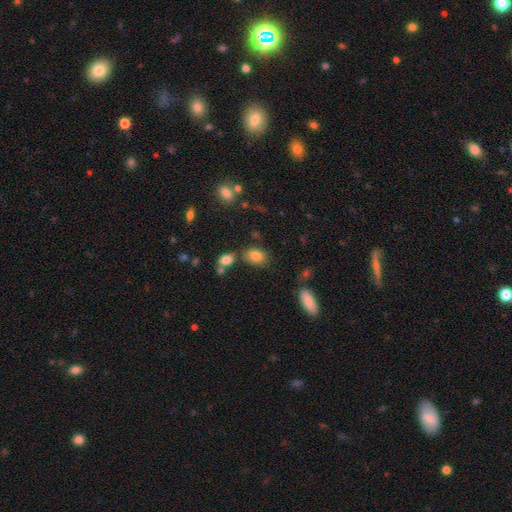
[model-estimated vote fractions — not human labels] A smooth galaxy with no disk features (82%) that is in between round and cigar-shaped (80%).

Vote fractions:
- Smooth or featured? smooth: 82% / star or artifact: 10% / featured or disk: 8%
- How rounded? in between: 80% / round: 19% / cigar-shaped: 1%
- Merging? none: 70% / minor disturbance: 17% / merger: 8% / major disturbance: 5%